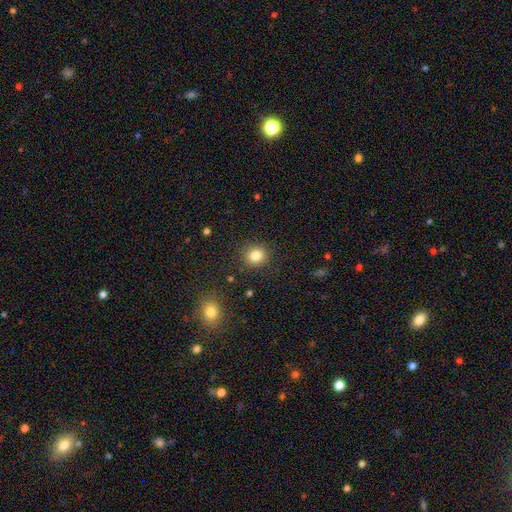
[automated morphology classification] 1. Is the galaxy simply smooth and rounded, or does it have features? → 82% smooth, 12% star or artifact, 6% featured or disk.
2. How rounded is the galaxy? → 85% round, 14% in between, 1% cigar-shaped.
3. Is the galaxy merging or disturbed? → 88% none, 8% minor disturbance, 3% major disturbance, 1% merger.